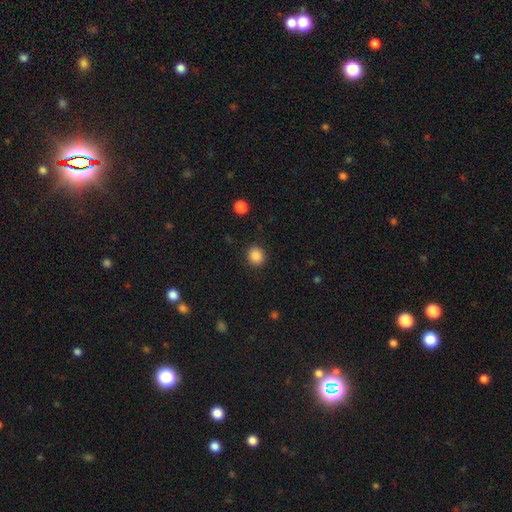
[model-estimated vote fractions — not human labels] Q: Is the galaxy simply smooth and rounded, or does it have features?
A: smooth — 87%.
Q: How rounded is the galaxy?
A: round — 88%.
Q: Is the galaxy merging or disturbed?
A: none — 90%.